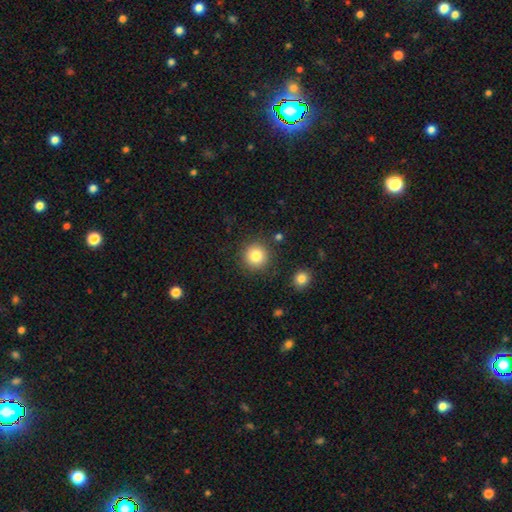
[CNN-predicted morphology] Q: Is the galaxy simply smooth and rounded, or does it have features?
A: smooth — 83%.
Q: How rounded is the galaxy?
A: round — 94%.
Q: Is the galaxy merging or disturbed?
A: none — 88%.